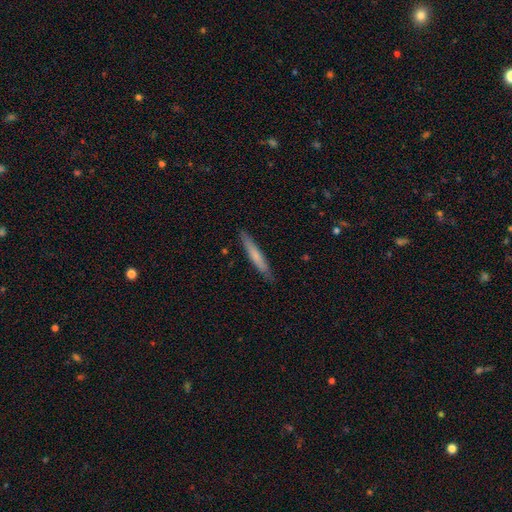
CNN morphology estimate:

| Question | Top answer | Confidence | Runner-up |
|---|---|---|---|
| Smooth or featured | smooth | 66% | featured or disk (29%) |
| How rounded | cigar-shaped | 95% | in between (4%) |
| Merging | none | 87% | minor disturbance (10%) |